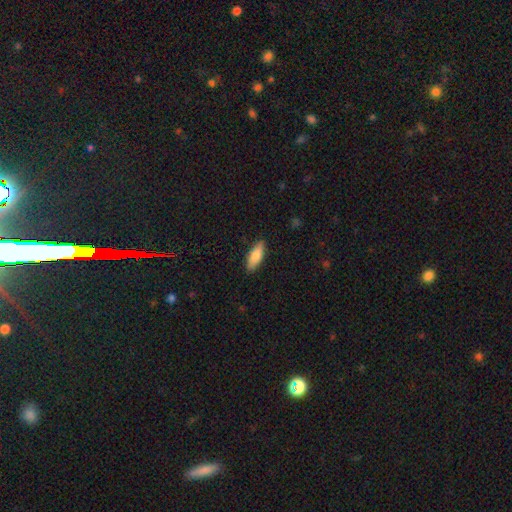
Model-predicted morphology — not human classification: Smooth or featured: smooth — 83% (featured or disk — 11%)
How rounded: in between — 68% (cigar-shaped — 30%)
Merging: none — 87% (minor disturbance — 10%)